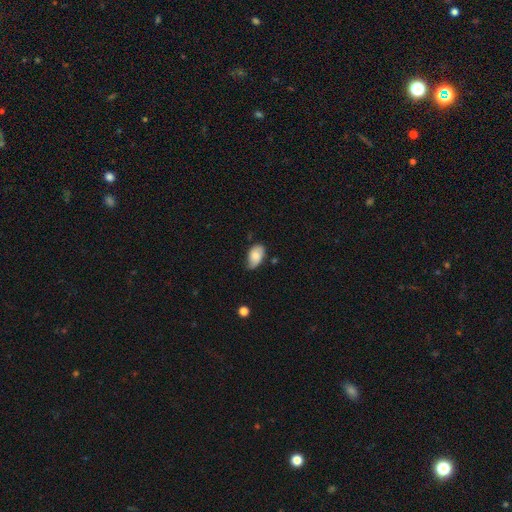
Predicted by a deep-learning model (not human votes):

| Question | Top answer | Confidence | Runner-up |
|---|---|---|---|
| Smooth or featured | smooth | 74% | featured or disk (19%) |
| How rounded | in between | 92% | round (6%) |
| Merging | none | 51% | minor disturbance (40%) |